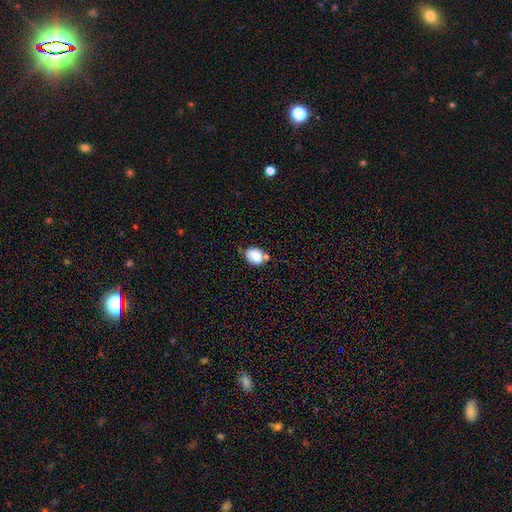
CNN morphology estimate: Smooth or featured? Predicted: smooth (p=0.77). How rounded? Predicted: in between (p=0.63). Merging? Predicted: none (p=0.57).